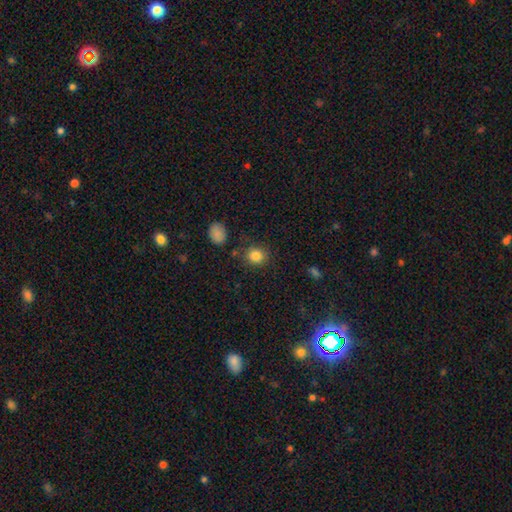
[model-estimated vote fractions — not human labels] Smooth or featured? smooth (84%)
How rounded? round (81%)
Merging? none (81%)